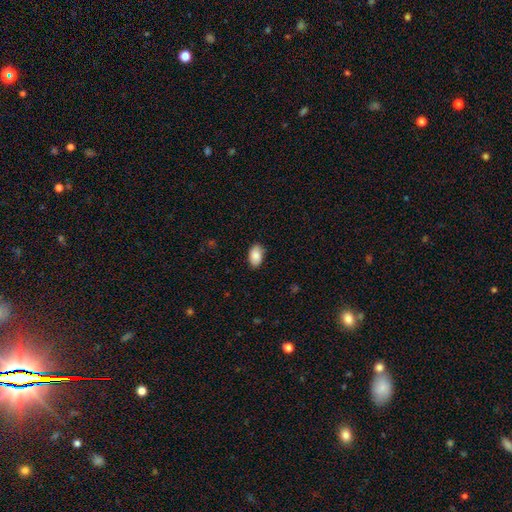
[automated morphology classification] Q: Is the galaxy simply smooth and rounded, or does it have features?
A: smooth — 87%.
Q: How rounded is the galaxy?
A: in between — 92%.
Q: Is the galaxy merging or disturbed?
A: none — 84%.